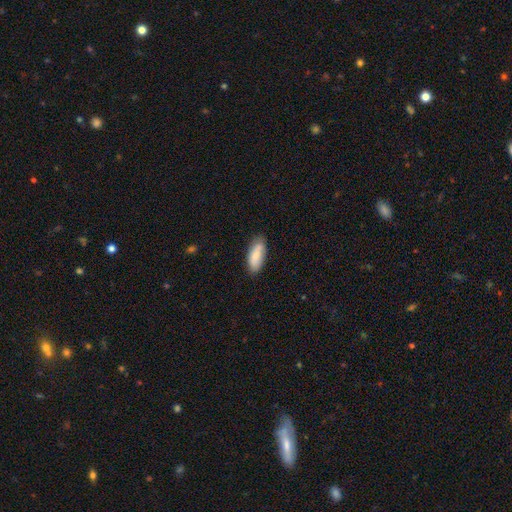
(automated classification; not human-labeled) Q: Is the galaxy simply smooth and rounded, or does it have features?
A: smooth — 84%.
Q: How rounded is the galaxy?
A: in between — 79%.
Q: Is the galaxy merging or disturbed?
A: none — 79%.